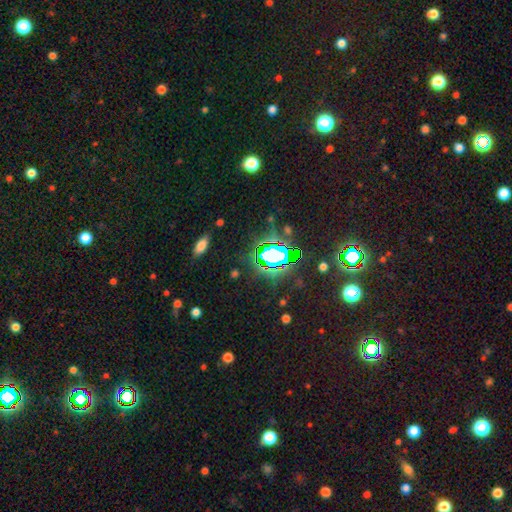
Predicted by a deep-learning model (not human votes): smooth_or_featured: star or artifact (p=0.81) [alt: smooth p=0.12]